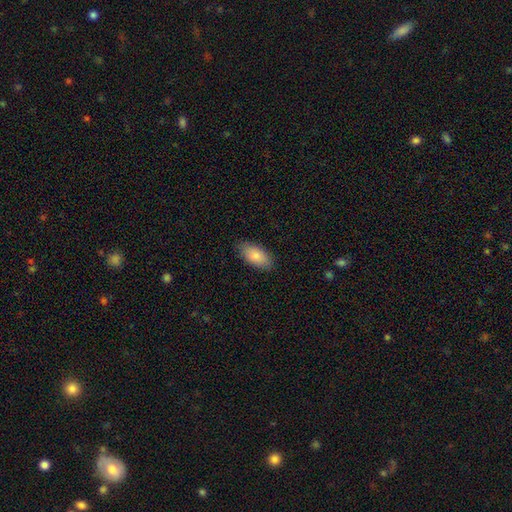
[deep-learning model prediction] smooth-or-featured: smooth: 86% | featured or disk: 8% | star or artifact: 6%
  how-rounded: in between: 92% | cigar-shaped: 6% | round: 2%
  merging: none: 86% | minor disturbance: 11% | major disturbance: 2% | merger: 1%